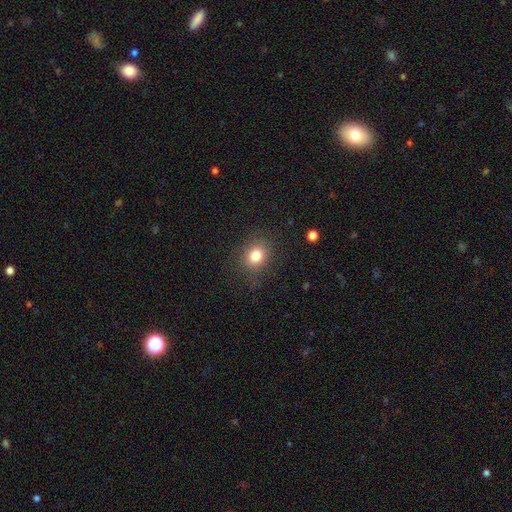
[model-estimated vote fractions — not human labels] Smooth or featured: smooth — 80% (star or artifact — 12%)
How rounded: round — 66% (in between — 33%)
Merging: none — 83% (minor disturbance — 12%)